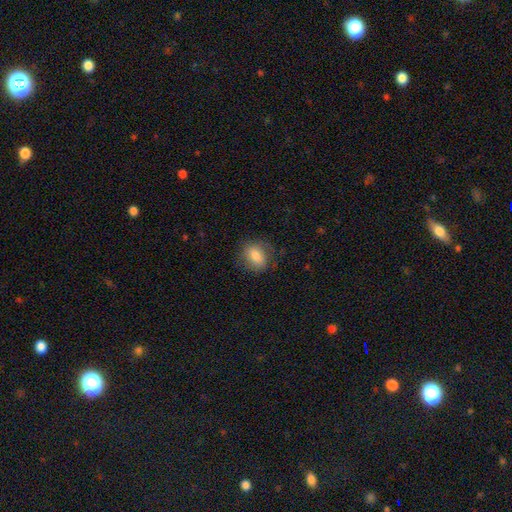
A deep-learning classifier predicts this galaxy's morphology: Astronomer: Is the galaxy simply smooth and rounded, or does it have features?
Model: smooth — 78%.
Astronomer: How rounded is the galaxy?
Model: in between — 60% (runner-up: round, 38%).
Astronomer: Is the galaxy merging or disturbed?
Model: none — 76%.